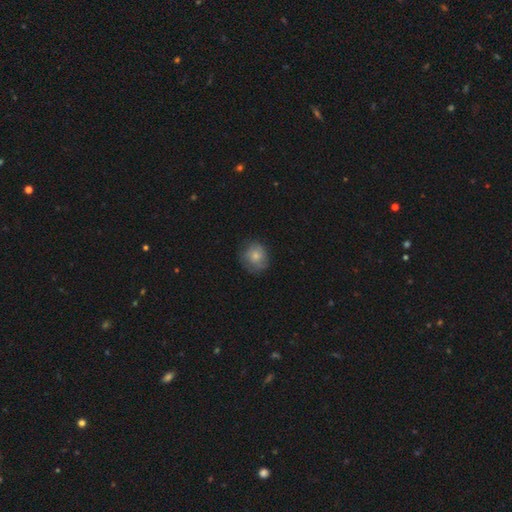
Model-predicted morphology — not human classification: This is likely a smooth galaxy (73%). How rounded: clearly round (80%). Merging: likely none (70%).